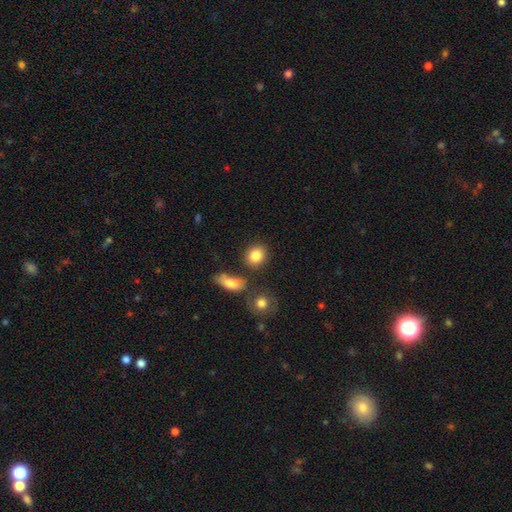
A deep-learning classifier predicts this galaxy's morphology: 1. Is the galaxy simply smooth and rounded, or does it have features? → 84% smooth, 9% star or artifact, 7% featured or disk.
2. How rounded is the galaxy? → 68% round, 30% in between, 2% cigar-shaped.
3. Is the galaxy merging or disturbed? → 79% none, 10% minor disturbance, 8% merger, 3% major disturbance.